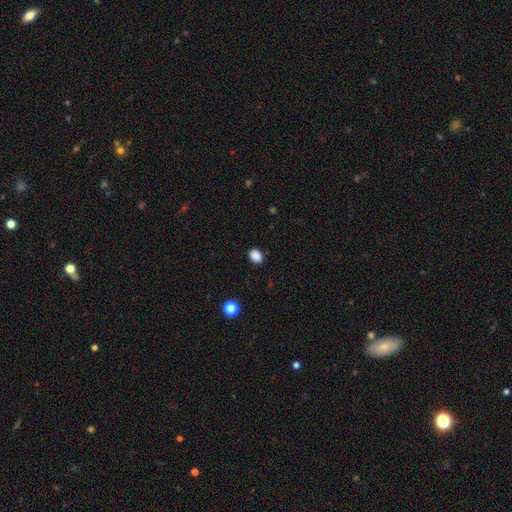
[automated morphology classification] smooth-or-featured: smooth: 87% | star or artifact: 10% | featured or disk: 3%
  how-rounded: in between: 66% | round: 33% | cigar-shaped: 1%
  merging: none: 87% | minor disturbance: 10% | major disturbance: 2% | merger: 1%